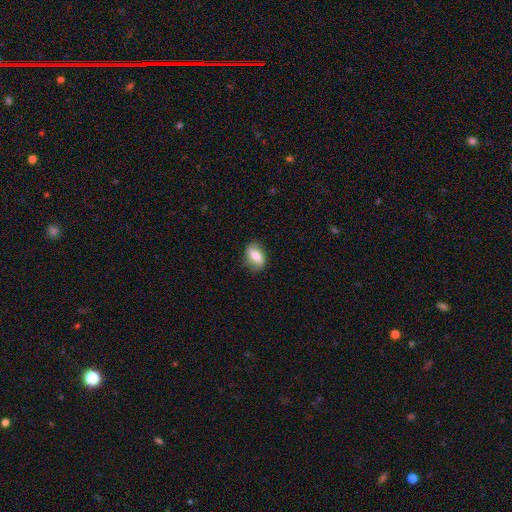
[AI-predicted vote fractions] Q: Smooth or featured?
A: smooth (64%); runner-up: featured or disk (29%)
Q: How rounded?
A: in between (83%); runner-up: round (12%)
Q: Merging?
A: none (81%); runner-up: minor disturbance (15%)